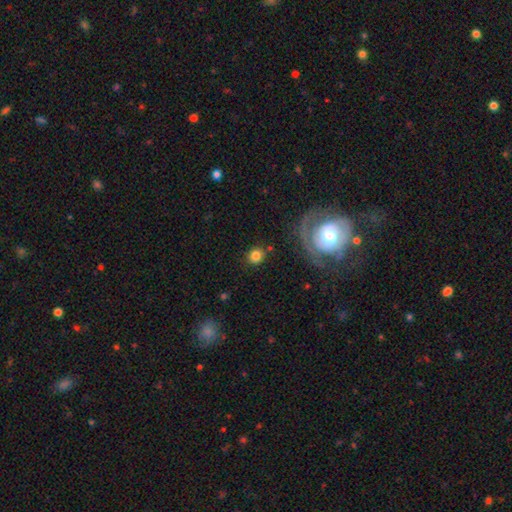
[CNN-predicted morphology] Smooth or featured? smooth (79%)
How rounded? round (79%)
Merging? none (81%)